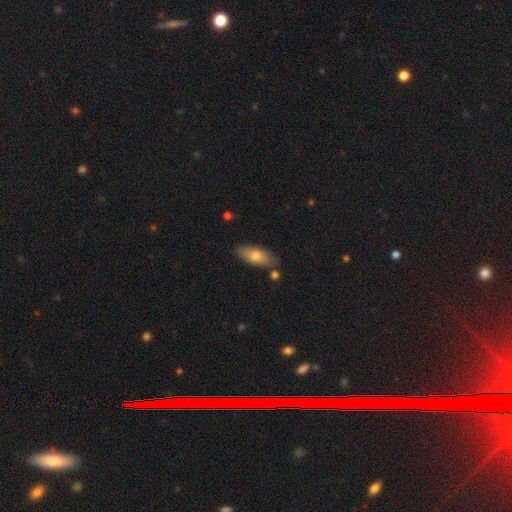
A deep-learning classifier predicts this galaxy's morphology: A smooth galaxy with no disk features (70%) that is in between round and cigar-shaped (82%).

Vote fractions:
- Smooth or featured? smooth: 70% / featured or disk: 24% / star or artifact: 6%
- How rounded? in between: 82% / cigar-shaped: 15% / round: 3%
- Merging? none: 76% / minor disturbance: 15% / merger: 6% / major disturbance: 3%